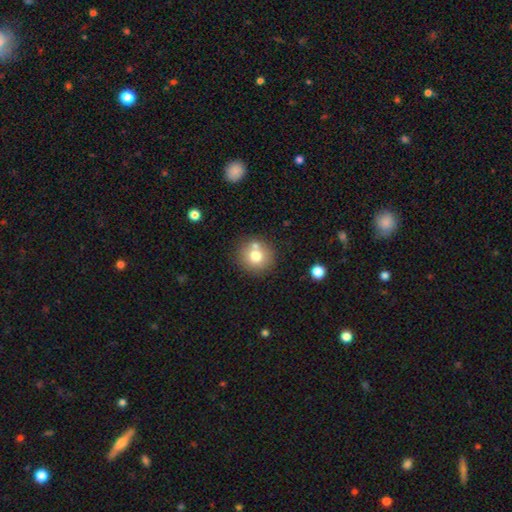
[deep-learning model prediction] Overall: smooth (74%). How rounded: round (90%). Merging: none (72%).